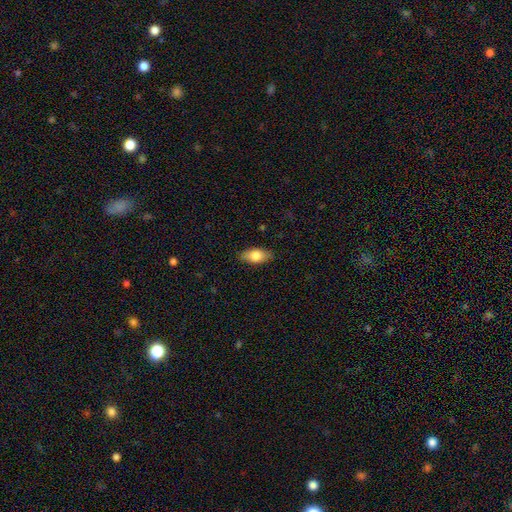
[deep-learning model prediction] A smooth galaxy with no disk features (79%) that is in between round and cigar-shaped (89%). Merging: none (87%).